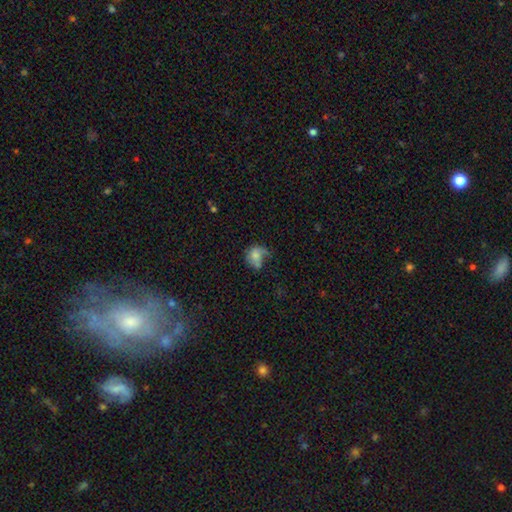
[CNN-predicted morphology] A smooth galaxy with no disk features (66%) that is in between round and cigar-shaped (50%). Merging: major disturbance (32%, tied with none).